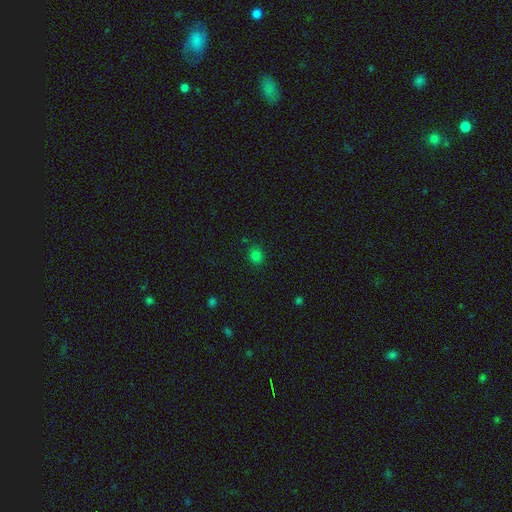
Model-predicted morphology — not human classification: Overall: smooth (78%). How rounded: round (71%). Merging: none (85%).